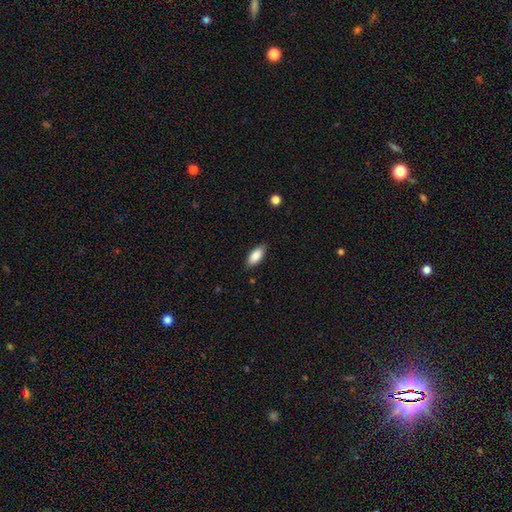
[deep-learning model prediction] Morphology: type=smooth (85%); roundness=in between (87%); merging=none (82%).